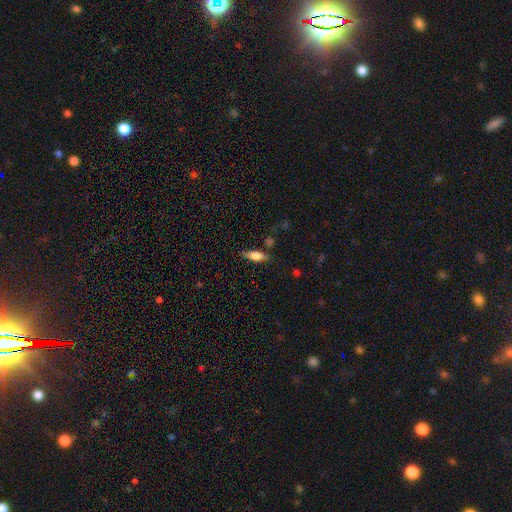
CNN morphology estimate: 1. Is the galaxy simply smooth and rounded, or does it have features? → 66% smooth, 26% featured or disk, 8% star or artifact.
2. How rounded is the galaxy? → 65% in between, 32% cigar-shaped, 3% round.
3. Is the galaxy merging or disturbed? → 77% none, 16% minor disturbance, 4% major disturbance, 3% merger.